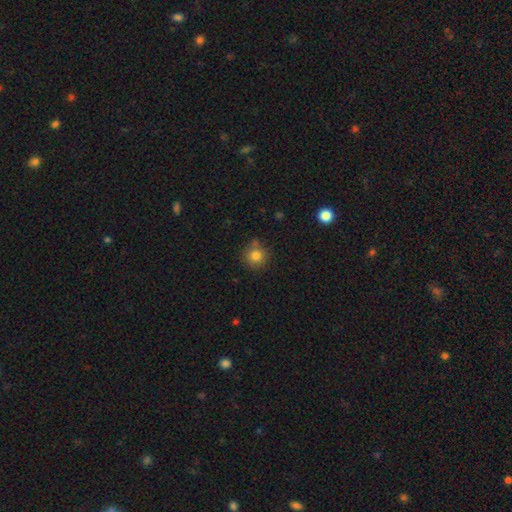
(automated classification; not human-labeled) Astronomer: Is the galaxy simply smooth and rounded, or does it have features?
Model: smooth — 81%.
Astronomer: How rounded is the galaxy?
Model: round — 93%.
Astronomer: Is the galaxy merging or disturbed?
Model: none — 76%.